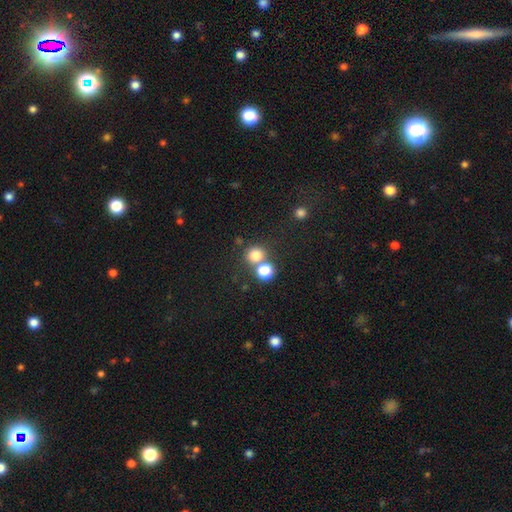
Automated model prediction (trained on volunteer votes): Smooth or featured: smooth — 78% (star or artifact — 14%)
How rounded: round — 85% (in between — 14%)
Merging: none — 54% (merger — 36%)